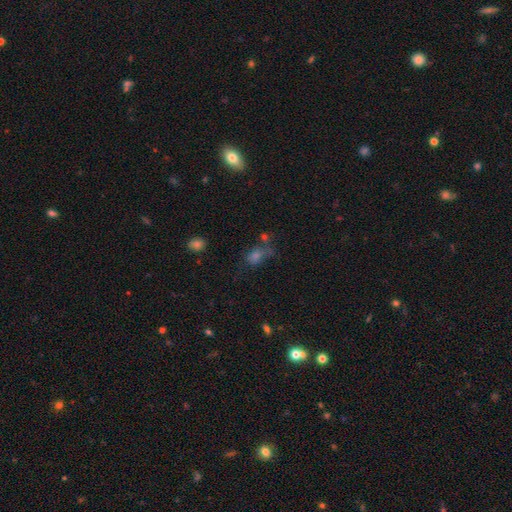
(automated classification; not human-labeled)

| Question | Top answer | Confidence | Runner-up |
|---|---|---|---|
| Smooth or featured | smooth | 52% | star or artifact (32%) |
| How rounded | in between | 58% | round (38%) |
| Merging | none | 49% | minor disturbance (19%) |